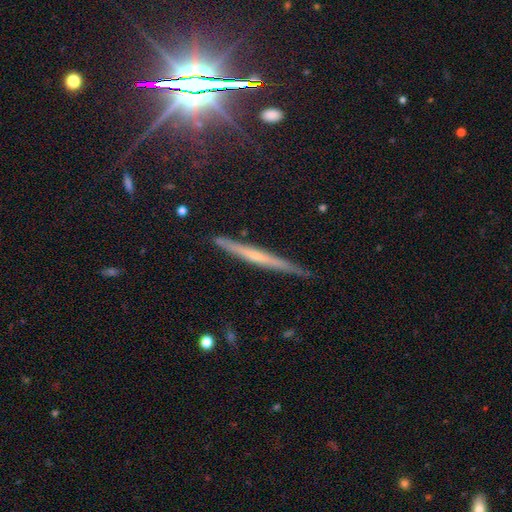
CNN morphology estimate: Smooth or featured: featured or disk — 63% (smooth — 29%)
Edge-on disk: yes — 97% (no — 3%)
Edge-on bulge: none — 52% (rounded — 42%)
Merging: none — 87% (minor disturbance — 10%)